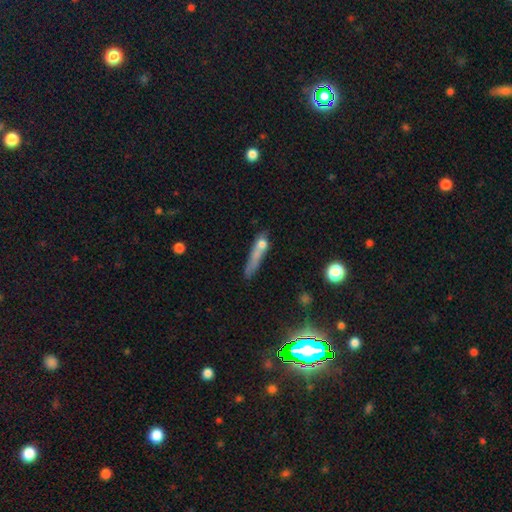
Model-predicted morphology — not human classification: This appears to be a smooth galaxy with no disk features (57%) that is cigar-shaped (78%). Merging: none (41%).